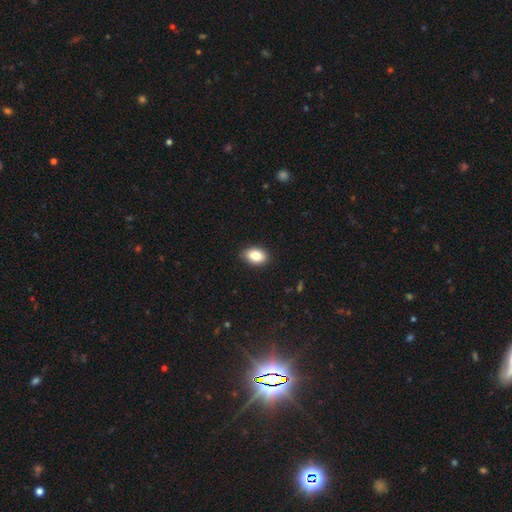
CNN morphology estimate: A smooth galaxy with no disk features (84%) that is in between round and cigar-shaped (86%). Merging: none (88%).